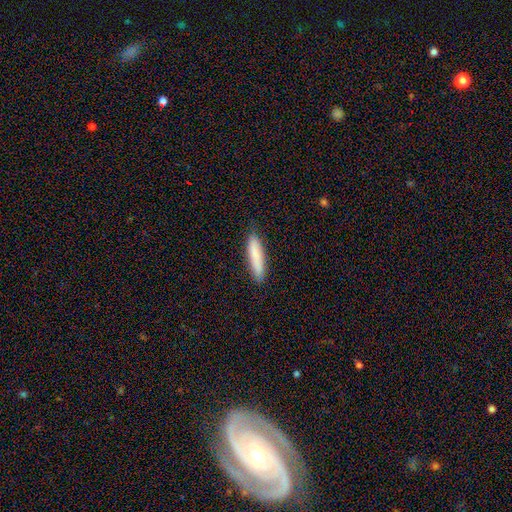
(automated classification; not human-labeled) Morphology: type=smooth (84%); roundness=cigar-shaped (83%); merging=none (87%).